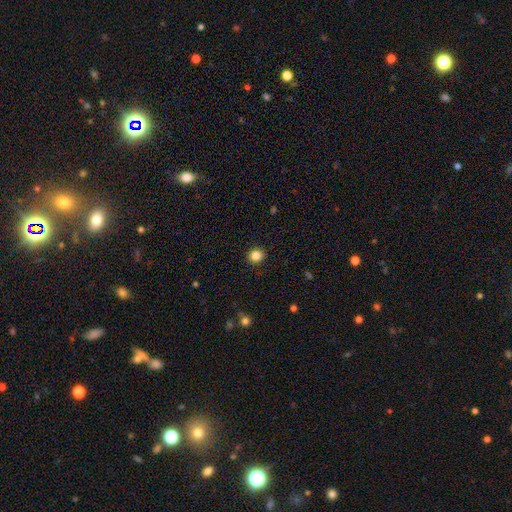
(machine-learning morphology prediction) smooth-or-featured: smooth: 84% | star or artifact: 11% | featured or disk: 5%
  how-rounded: round: 89% | in between: 10% | cigar-shaped: 1%
  merging: none: 92% | minor disturbance: 5% | major disturbance: 2% | merger: 1%